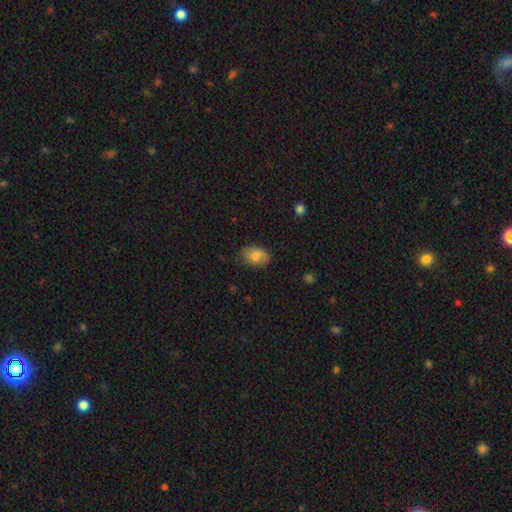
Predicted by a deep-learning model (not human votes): smooth 73%, featured or disk 19%, star or artifact 8%. Down the decision tree: how rounded — in between (82%); merging — none (73%).